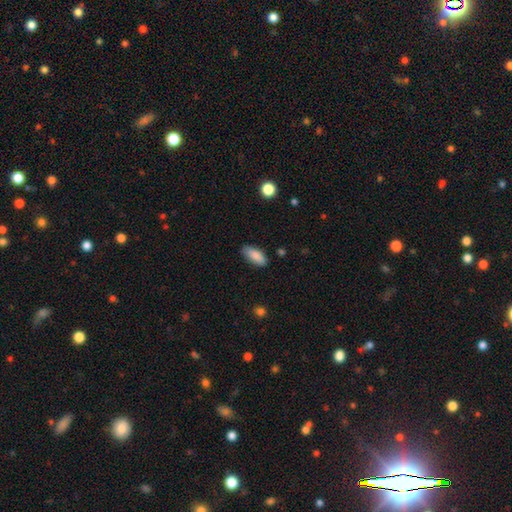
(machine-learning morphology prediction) Smooth or featured: smooth — 87% (featured or disk — 7%)
How rounded: in between — 83% (cigar-shaped — 15%)
Merging: none — 84% (minor disturbance — 13%)